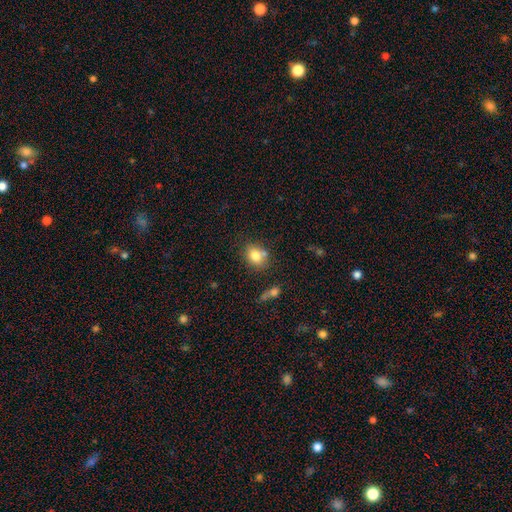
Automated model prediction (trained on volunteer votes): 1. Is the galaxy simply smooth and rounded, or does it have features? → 79% smooth, 11% featured or disk, 10% star or artifact.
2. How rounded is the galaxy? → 51% in between, 48% round, 1% cigar-shaped.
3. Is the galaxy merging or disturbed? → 65% none, 16% merger, 15% minor disturbance, 4% major disturbance.